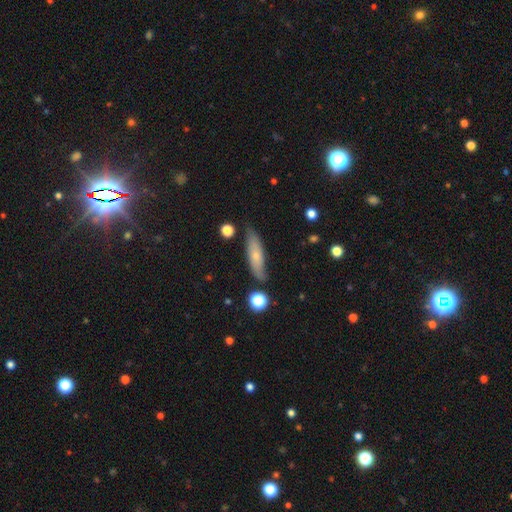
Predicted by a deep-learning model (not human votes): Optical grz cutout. It shows a smooth galaxy with no disk features (60%) that is cigar-shaped (60%). Merging: none (75%).